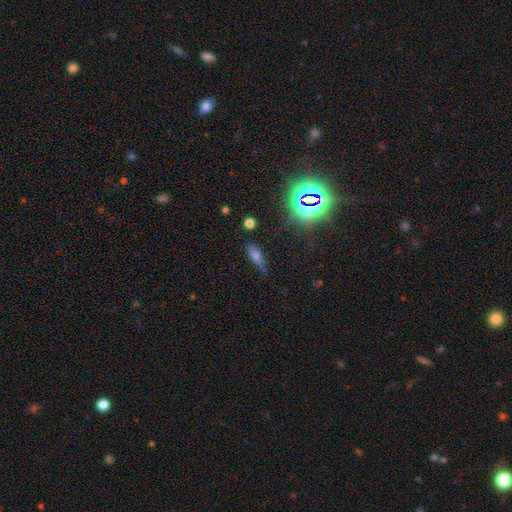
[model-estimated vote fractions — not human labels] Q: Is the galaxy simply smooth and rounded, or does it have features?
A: smooth — 63%.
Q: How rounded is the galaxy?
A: in between — 59%.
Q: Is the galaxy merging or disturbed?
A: none — 67%.